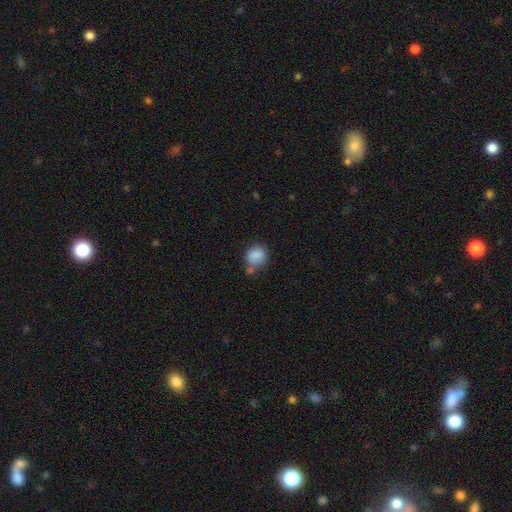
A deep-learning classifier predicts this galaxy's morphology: type=smooth (85%); roundness=round (76%); merging=none (57%).